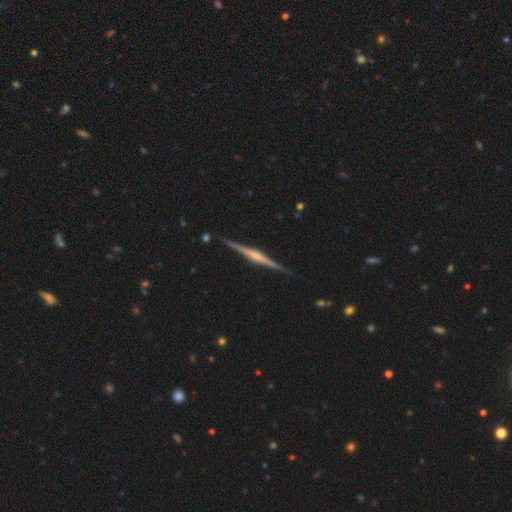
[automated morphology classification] A featured or disk galaxy (82%) viewed edge-on (98%) with a rounded central bulge (75%).

Vote fractions:
- Smooth or featured? featured or disk: 82% / smooth: 12% / star or artifact: 5%
- Edge-on disk? yes: 98% / no: 2%
- Edge-on bulge? rounded: 75% / none: 12% / boxy: 12%
- Merging? none: 90% / minor disturbance: 7% / major disturbance: 1% / merger: 1%